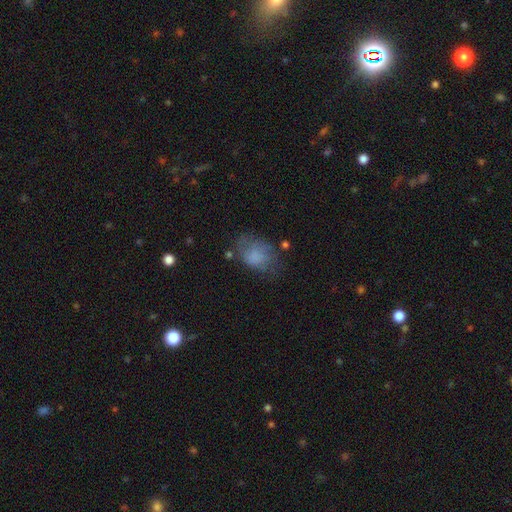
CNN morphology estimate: type=smooth (66%); roundness=in between (72%); merging=none (46%).